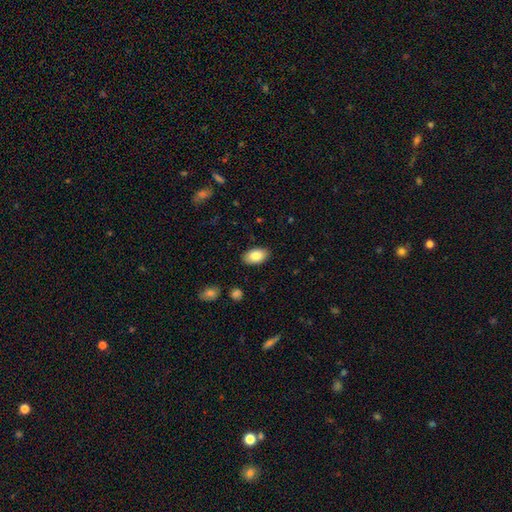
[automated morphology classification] The model was most divided on "smooth or featured": smooth: 85%, featured or disk: 9%, star or artifact: 7%. More confident: how rounded — in between (93%); merging — none (88%).